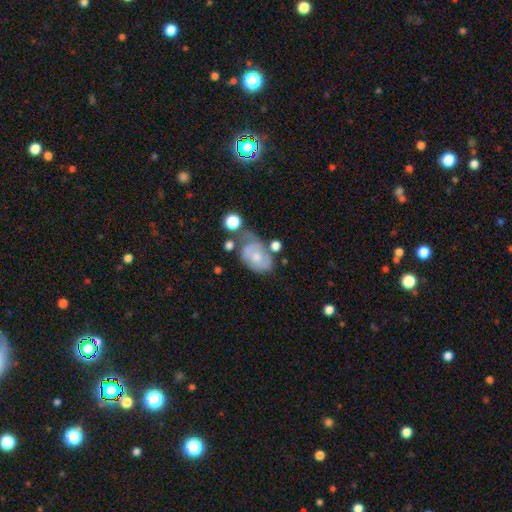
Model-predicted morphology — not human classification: type=featured or disk (49%); merging=none (30%).